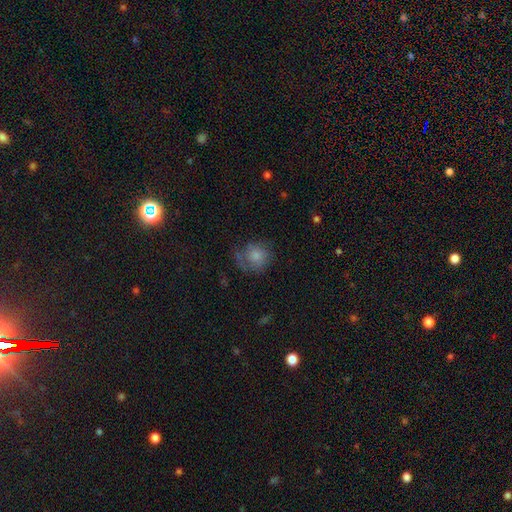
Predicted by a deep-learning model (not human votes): Smooth or featured? smooth (74%)
How rounded? round (83%)
Merging? none (51%)